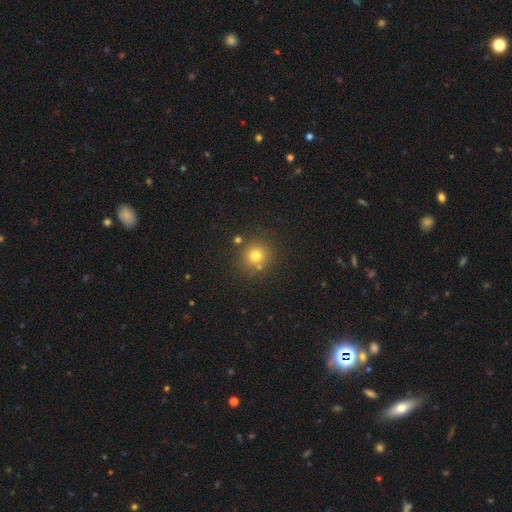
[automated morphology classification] The model was most divided on "smooth or featured": smooth: 75%, star or artifact: 17%, featured or disk: 8%. More confident: how rounded — round (92%); merging — none (80%).